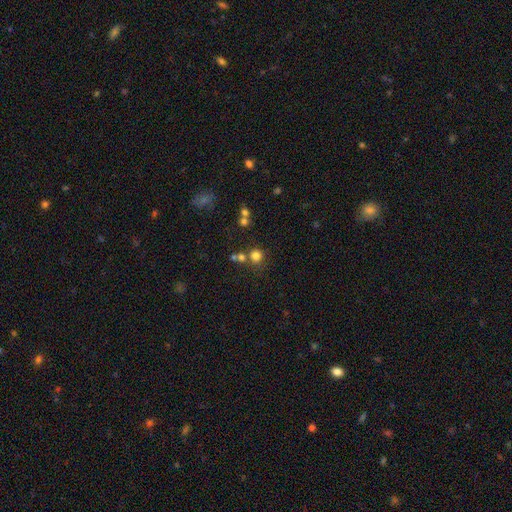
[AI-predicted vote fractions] A smooth galaxy with no disk features (77%) that is round (91%).

Vote fractions:
- Smooth or featured? smooth: 77% / star or artifact: 16% / featured or disk: 7%
- How rounded? round: 91% / in between: 8% / cigar-shaped: 1%
- Merging? none: 69% / merger: 18% / minor disturbance: 9% / major disturbance: 4%